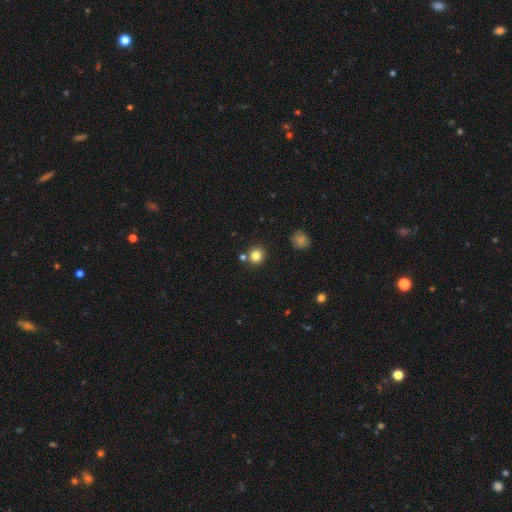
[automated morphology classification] Q: Smooth or featured?
A: smooth (81%); runner-up: star or artifact (12%)
Q: How rounded?
A: round (90%); runner-up: in between (9%)
Q: Merging?
A: none (79%); runner-up: merger (11%)